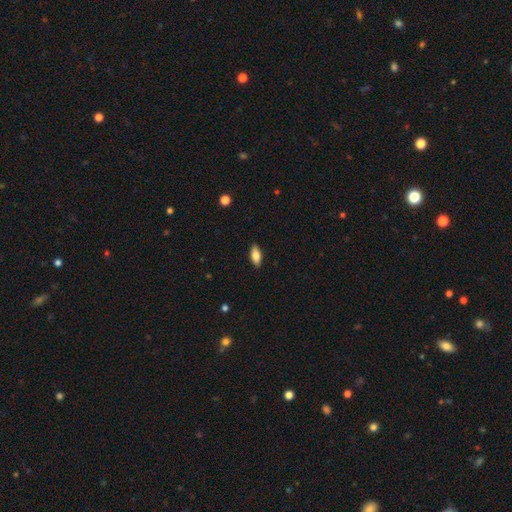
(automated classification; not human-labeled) A smooth galaxy with no disk features (80%) that is in between round and cigar-shaped (85%). Merging: none (88%).